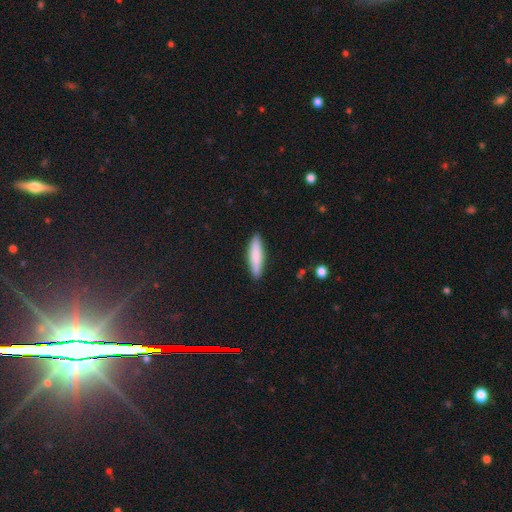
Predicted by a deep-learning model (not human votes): Morphology: type=smooth (79%); roundness=cigar-shaped (76%); merging=none (89%).